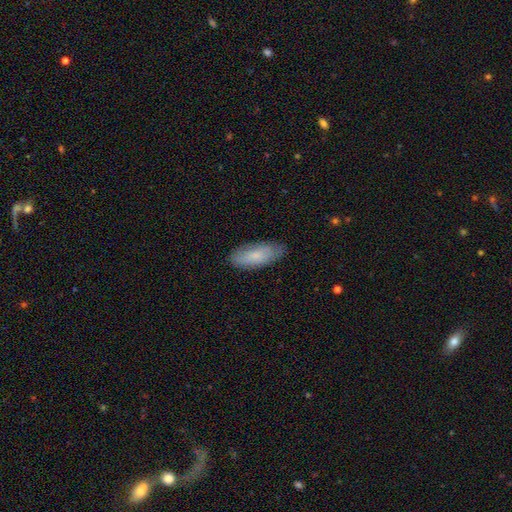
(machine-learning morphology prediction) Overall: smooth (75%). How rounded: in between (75%). Merging: none (81%).